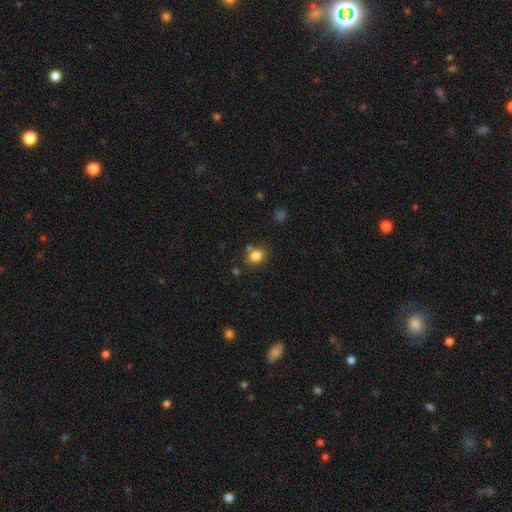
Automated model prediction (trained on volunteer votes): smooth-or-featured: smooth: 83% | star or artifact: 11% | featured or disk: 6%
  how-rounded: round: 58% | in between: 41% | cigar-shaped: 1%
  merging: none: 72% | minor disturbance: 14% | merger: 10% | major disturbance: 4%